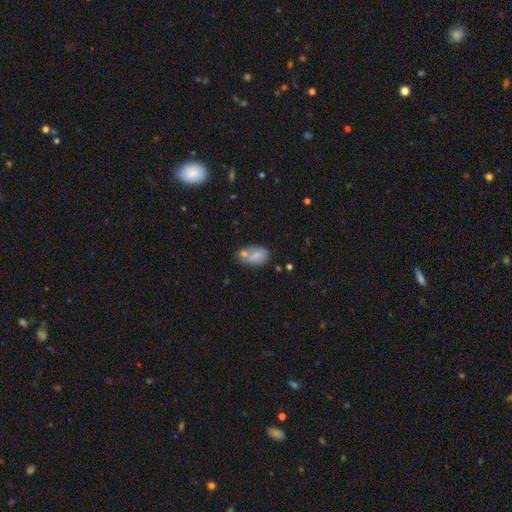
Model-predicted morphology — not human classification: A smooth galaxy with no disk features (69%) that is in between round and cigar-shaped (86%).

Vote fractions:
- Smooth or featured? smooth: 69% / featured or disk: 22% / star or artifact: 9%
- How rounded? in between: 86% / round: 12% / cigar-shaped: 2%
- Merging? none: 46% / merger: 28% / minor disturbance: 19% / major disturbance: 7%